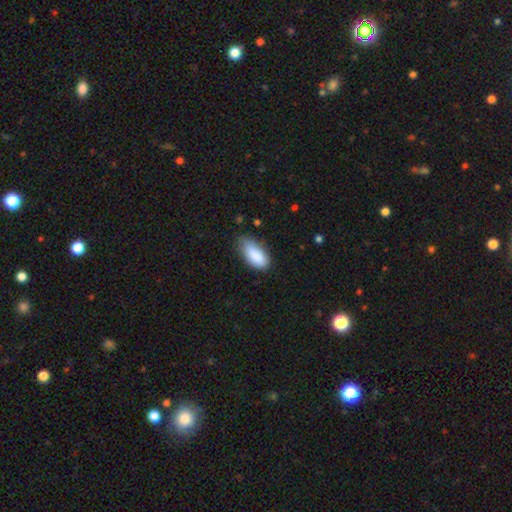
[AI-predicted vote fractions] This appears to be a smooth galaxy with no disk features (87%) that is in between round and cigar-shaped (90%). Merging: none (58%).